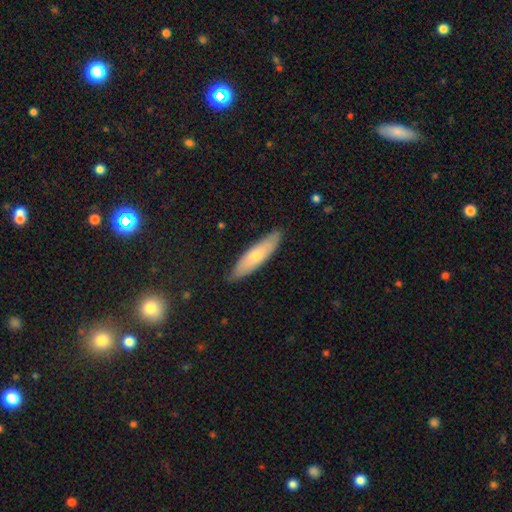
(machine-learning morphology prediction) type=smooth (64%); roundness=cigar-shaped (68%); merging=none (85%).